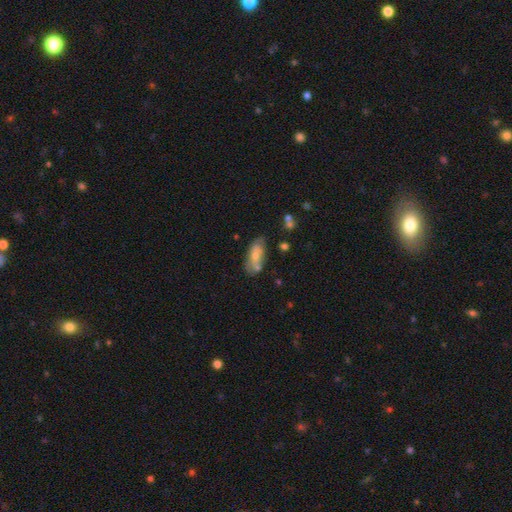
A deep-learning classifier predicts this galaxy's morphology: Smooth or featured: smooth — 63% (featured or disk — 30%)
How rounded: in between — 80% (cigar-shaped — 17%)
Merging: none — 57% (minor disturbance — 23%)